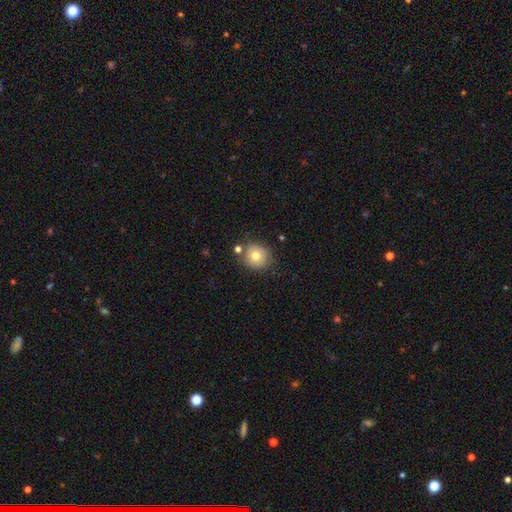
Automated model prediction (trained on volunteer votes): The model was most divided on "smooth or featured": smooth: 74%, featured or disk: 16%, star or artifact: 11%. More confident: how rounded — round (84%); merging — none (73%).